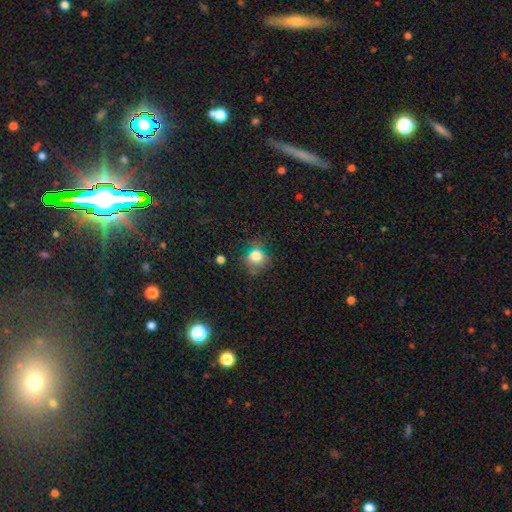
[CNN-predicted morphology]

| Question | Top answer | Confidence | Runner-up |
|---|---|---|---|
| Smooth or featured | smooth | 77% | star or artifact (13%) |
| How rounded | round | 73% | in between (26%) |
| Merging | none | 58% | minor disturbance (26%) |